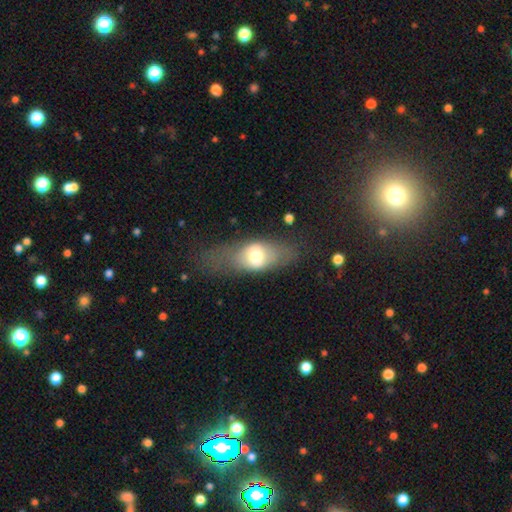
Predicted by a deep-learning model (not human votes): Smooth or featured? smooth (57%)
How rounded? in between (77%)
Merging? none (57%)